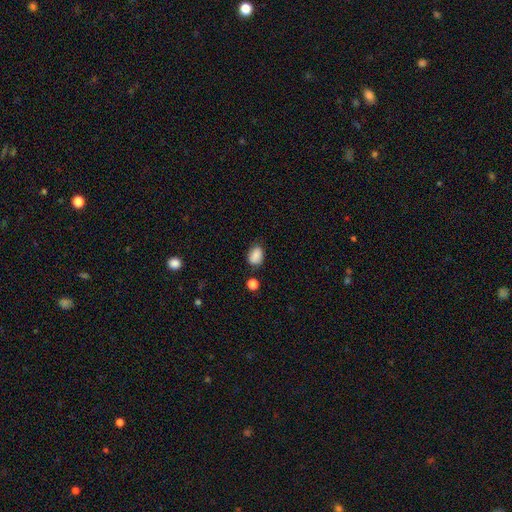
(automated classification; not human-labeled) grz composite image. It shows a smooth galaxy with no disk features (84%) that is in between round and cigar-shaped (75%). Merging: none (70%).